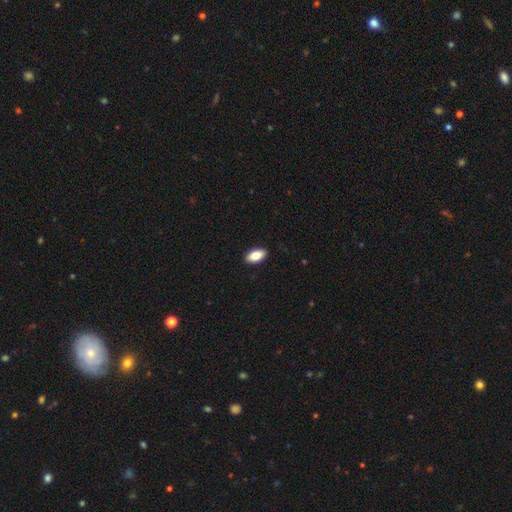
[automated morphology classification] type=smooth (84%); roundness=in between (93%); merging=none (91%).